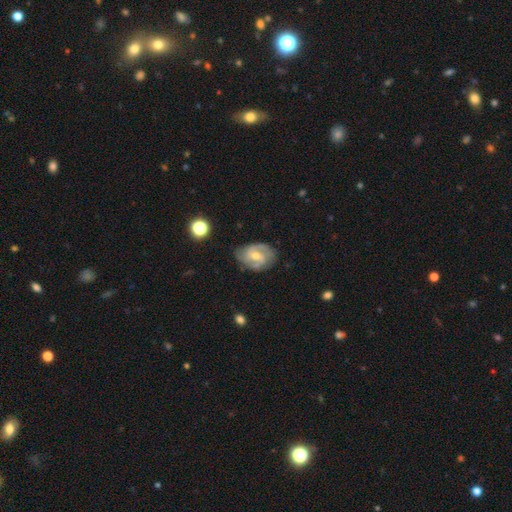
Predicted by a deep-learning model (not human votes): Q: Smooth or featured?
A: featured or disk (76%); runner-up: smooth (16%)
Q: Edge-on disk?
A: no (97%); runner-up: yes (3%)
Q: Bar?
A: weak (49%); runner-up: no (38%)
Q: Spiral arms?
A: yes (92%); runner-up: no (8%)
Q: Spiral winding?
A: medium (44%); runner-up: tight (40%)
Q: Spiral arm count?
A: 2 (60%); runner-up: can't tell (17%)
Q: Bulge size?
A: moderate (55%); runner-up: small (41%)
Q: Merging?
A: none (73%); runner-up: minor disturbance (20%)